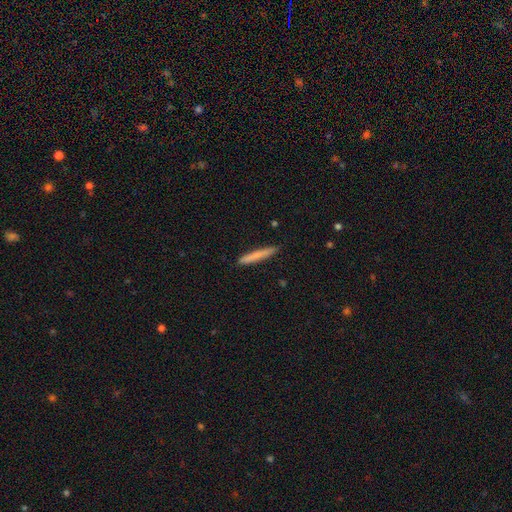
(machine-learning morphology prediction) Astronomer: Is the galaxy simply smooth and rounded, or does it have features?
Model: smooth — 77%.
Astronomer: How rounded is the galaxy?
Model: cigar-shaped — 96%.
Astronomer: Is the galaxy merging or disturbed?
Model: none — 89%.